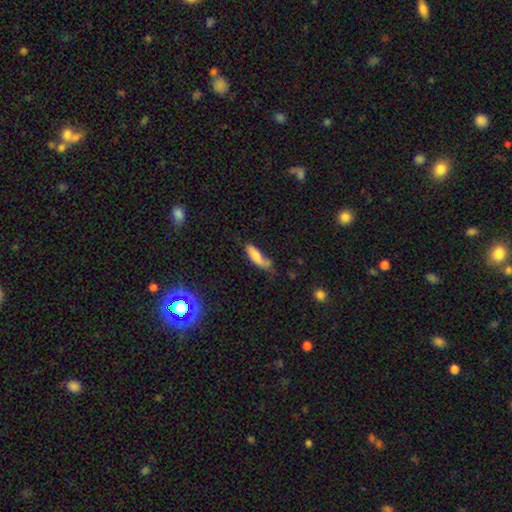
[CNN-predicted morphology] smooth-or-featured: smooth: 71% | featured or disk: 21% | star or artifact: 8%
  how-rounded: cigar-shaped: 54% | in between: 43% | round: 2%
  merging: none: 45% | minor disturbance: 33% | major disturbance: 14% | merger: 9%